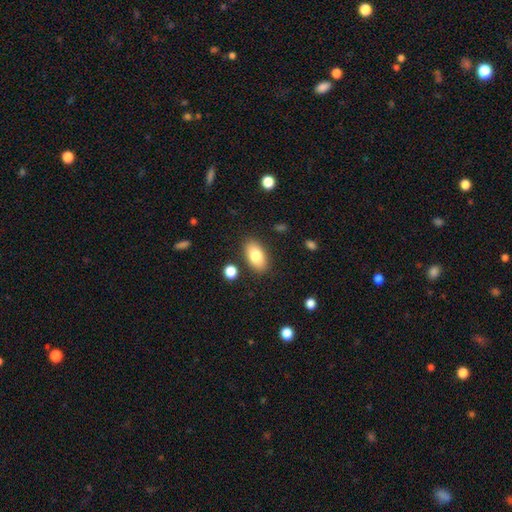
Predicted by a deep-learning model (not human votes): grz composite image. It shows a smooth galaxy with no disk features (81%) that is in between round and cigar-shaped (92%). Merging: none (85%).